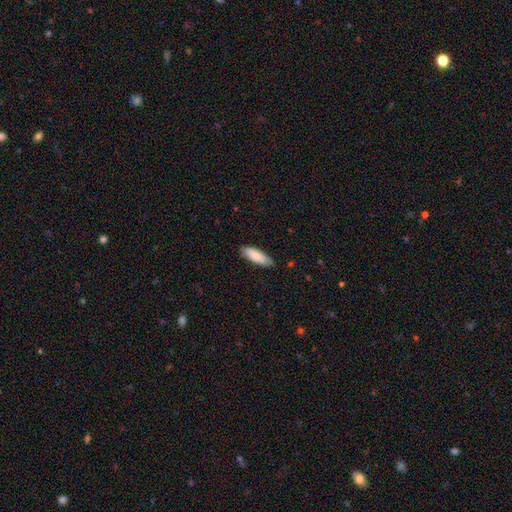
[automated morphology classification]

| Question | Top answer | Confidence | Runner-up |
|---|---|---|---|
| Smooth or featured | smooth | 82% | featured or disk (12%) |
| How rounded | in between | 60% | cigar-shaped (38%) |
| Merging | none | 82% | minor disturbance (15%) |